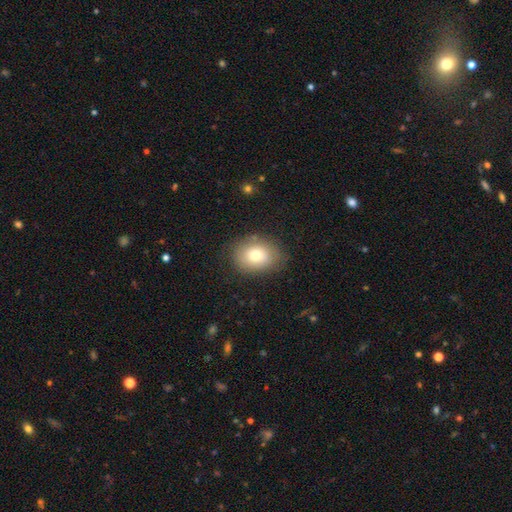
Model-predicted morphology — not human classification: This is likely a smooth galaxy (77%). How rounded: likely in between (61%). Merging: clearly none (80%).